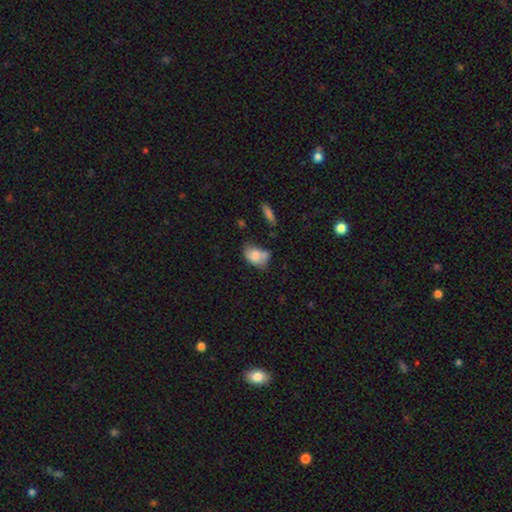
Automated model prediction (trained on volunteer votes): This appears to be a smooth galaxy with no disk features (75%) that is in between round and cigar-shaped (83%). Merging: none (40%).